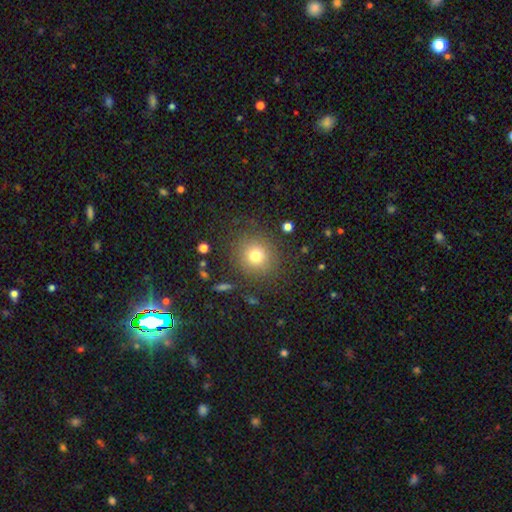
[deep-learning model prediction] This is likely a smooth galaxy (75%). How rounded: clearly round (87%). Merging: clearly none (84%).